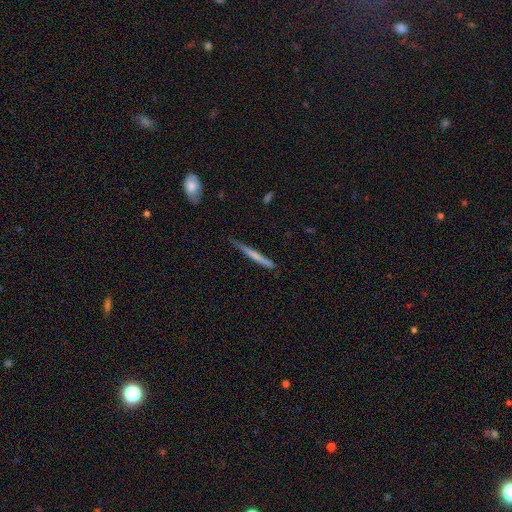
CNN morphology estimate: smooth_or_featured: smooth (p=0.54) [alt: featured or disk p=0.41]
how_rounded: cigar-shaped (p=0.96) [alt: in between p=0.02]
merging: none (p=0.84) [alt: minor disturbance p=0.12]